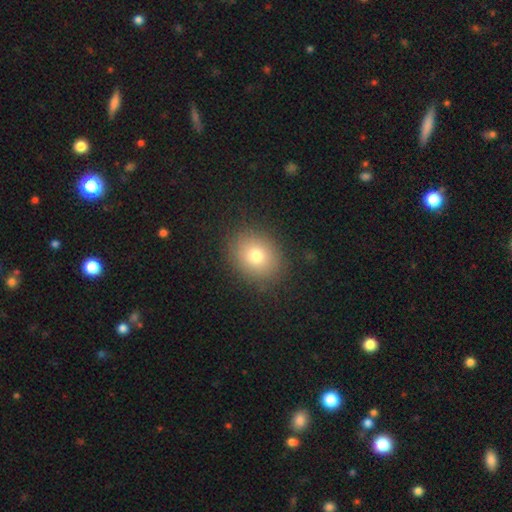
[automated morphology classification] Smooth or featured? smooth (76%)
How rounded? round (59%)
Merging? none (87%)